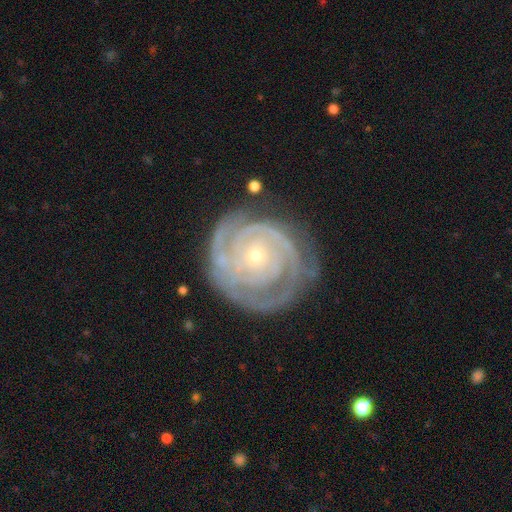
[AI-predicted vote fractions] smooth_or_featured: featured or disk (p=0.87) [alt: smooth p=0.08]
disk_edge_on: no (p=0.98) [alt: yes p=0.02]
bar: no (p=0.81) [alt: weak p=0.14]
has_spiral_arms: yes (p=0.96) [alt: no p=0.04]
spiral_winding: tight (p=0.83) [alt: medium p=0.14]
spiral_arm_count: can't tell (p=0.26) [alt: 2 p=0.25]
bulge_size: small (p=0.79) [alt: moderate p=0.17]
merging: none (p=0.73) [alt: minor disturbance p=0.18]